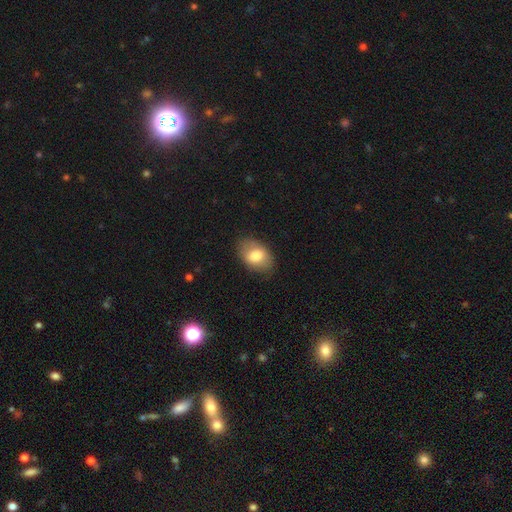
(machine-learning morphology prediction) Smooth or featured? Predicted: smooth (p=0.77). How rounded? Predicted: in between (p=0.83). Merging? Predicted: none (p=0.80).